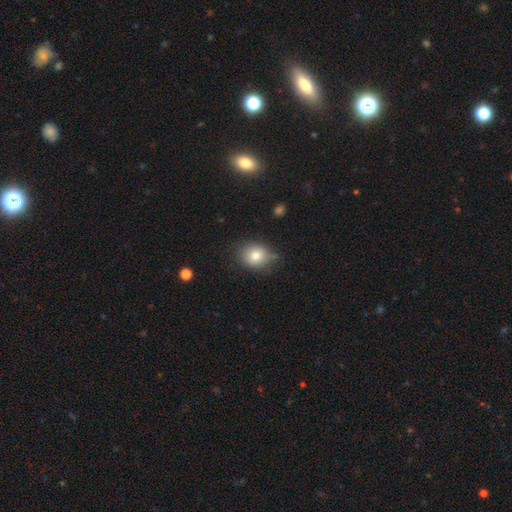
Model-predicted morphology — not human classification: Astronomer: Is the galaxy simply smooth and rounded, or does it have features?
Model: smooth — 78%.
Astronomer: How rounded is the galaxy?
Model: round — 65%.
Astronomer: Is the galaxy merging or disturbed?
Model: none — 73%.